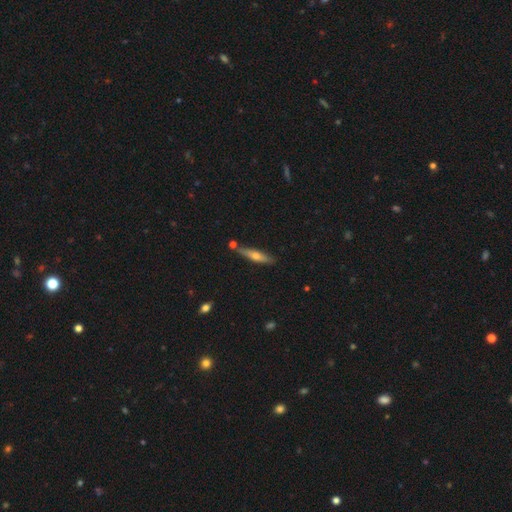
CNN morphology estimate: The model was most divided on "smooth or featured" (2-way tie): smooth: 47%, featured or disk: 47%, star or artifact: 7%. More confident: merging — none (78%).